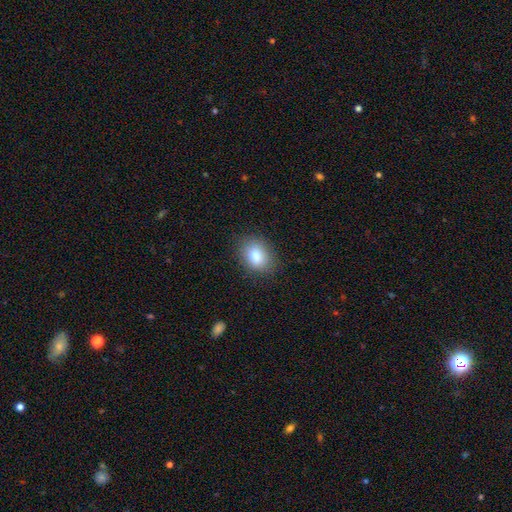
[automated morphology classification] Smooth or featured?
  - smooth: 83% *
  - star or artifact: 9%
  - featured or disk: 8%
How rounded?
  - in between: 68% *
  - round: 31%
  - cigar-shaped: 1%
Merging?
  - none: 84% *
  - minor disturbance: 12%
  - major disturbance: 3%
  - merger: 1%